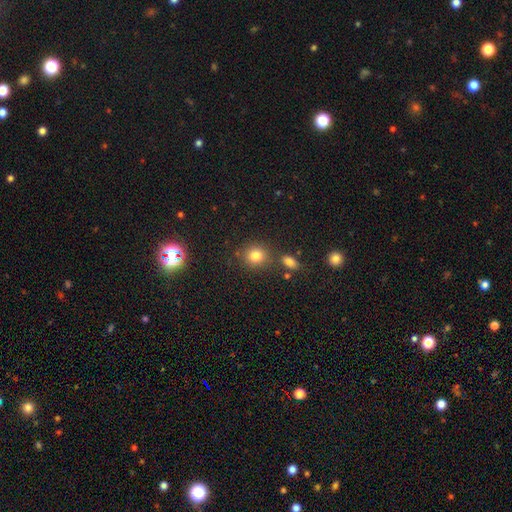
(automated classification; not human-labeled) This appears to be a smooth galaxy with no disk features (80%) that is round (80%). Merging: none (76%).